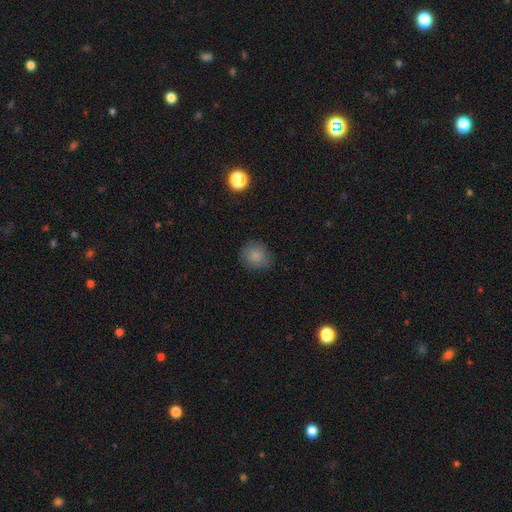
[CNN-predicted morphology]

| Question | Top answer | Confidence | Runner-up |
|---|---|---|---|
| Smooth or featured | smooth | 84% | star or artifact (10%) |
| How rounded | round | 80% | in between (19%) |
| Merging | none | 75% | minor disturbance (19%) |